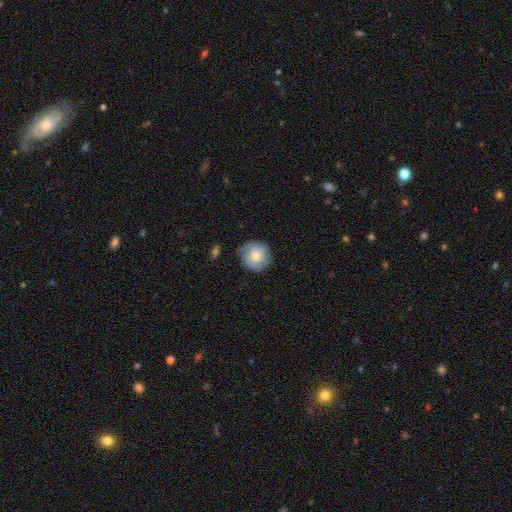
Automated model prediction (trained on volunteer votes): A smooth galaxy with no disk features (73%) that is round (91%).

Vote fractions:
- Smooth or featured? smooth: 73% / featured or disk: 20% / star or artifact: 7%
- How rounded? round: 91% / in between: 8% / cigar-shaped: 1%
- Merging? none: 76% / minor disturbance: 18% / major disturbance: 4% / merger: 2%